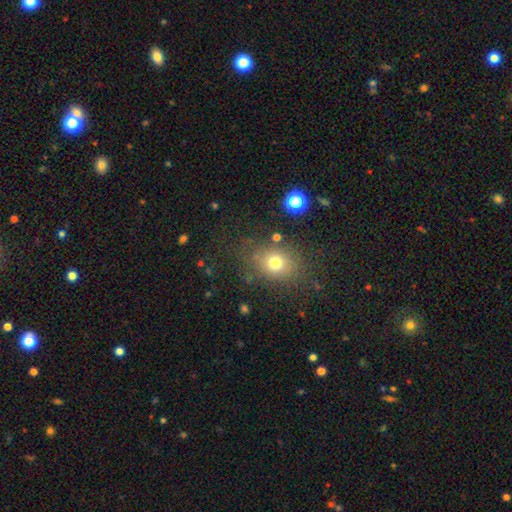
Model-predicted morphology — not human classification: Smooth or featured? Predicted: smooth (p=0.61). How rounded? Predicted: round (p=0.52). Merging? Predicted: none (p=0.82).